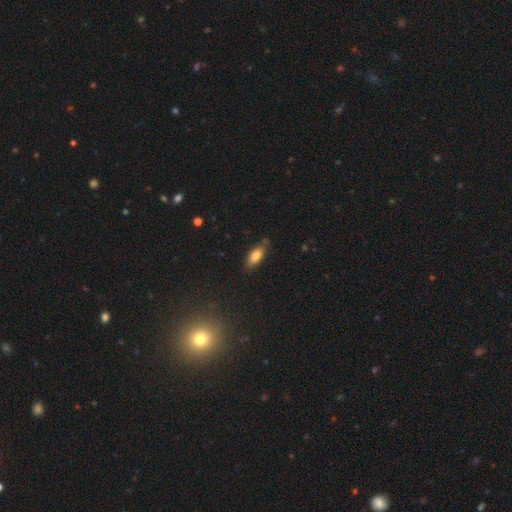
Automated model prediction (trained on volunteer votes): Q: Smooth or featured?
A: smooth (79%); runner-up: featured or disk (13%)
Q: How rounded?
A: in between (82%); runner-up: cigar-shaped (15%)
Q: Merging?
A: none (74%); runner-up: minor disturbance (20%)